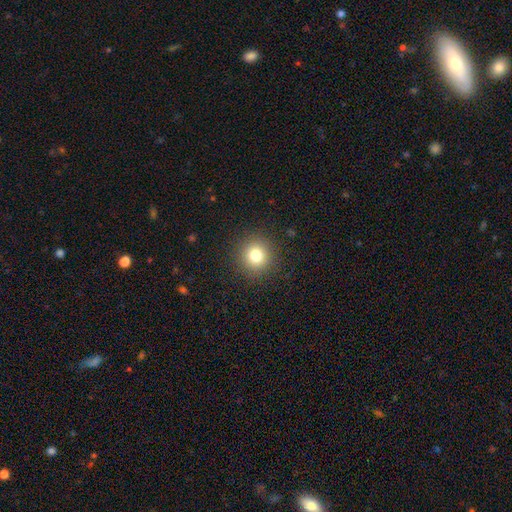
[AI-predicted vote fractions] This appears to be a smooth galaxy with no disk features (80%) that is round (93%). Merging: none (91%).